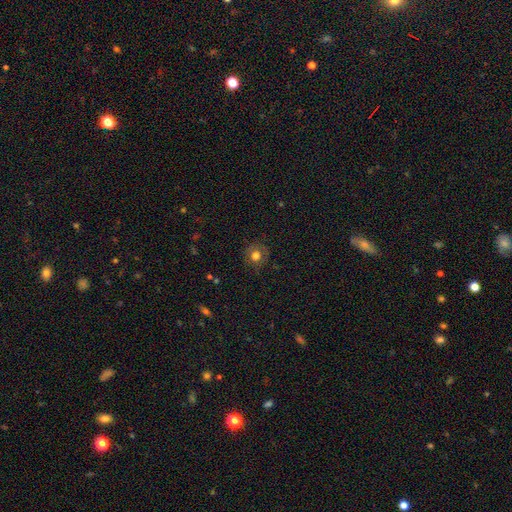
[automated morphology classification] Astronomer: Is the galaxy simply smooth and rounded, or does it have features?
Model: smooth — 69%.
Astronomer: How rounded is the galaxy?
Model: round — 88%.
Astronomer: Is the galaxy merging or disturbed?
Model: none — 83%.